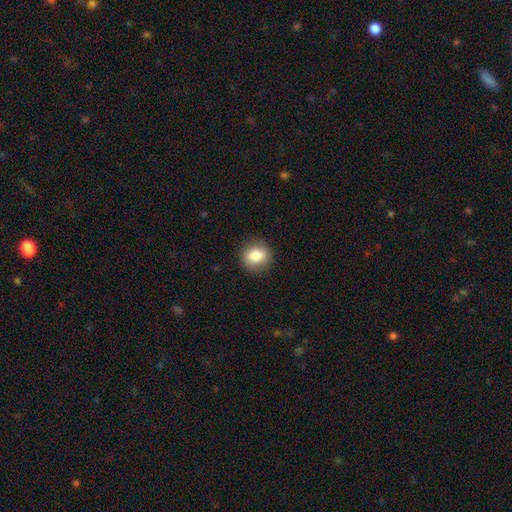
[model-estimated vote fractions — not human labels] smooth 83%, star or artifact 9%, featured or disk 8%. Down the decision tree: how rounded — round (79%); merging — none (89%).